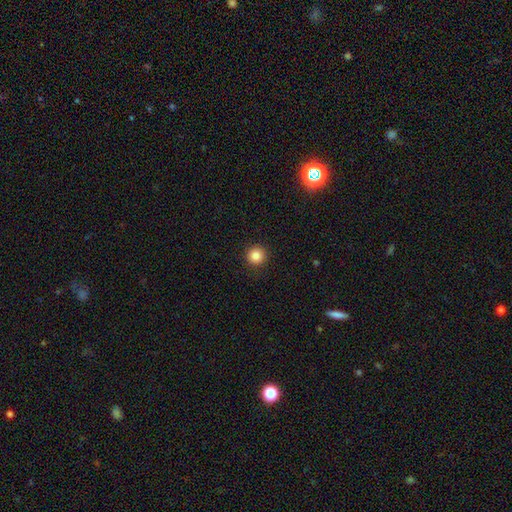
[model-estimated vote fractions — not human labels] A smooth galaxy with no disk features (84%) that is round (96%).

Vote fractions:
- Smooth or featured? smooth: 84% / star or artifact: 11% / featured or disk: 5%
- How rounded? round: 96% / in between: 3% / cigar-shaped: 1%
- Merging? none: 93% / minor disturbance: 5% / major disturbance: 2% / merger: 1%